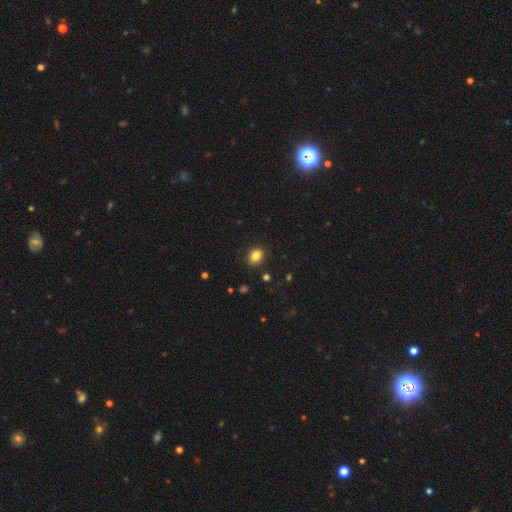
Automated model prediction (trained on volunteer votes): Smooth or featured? Predicted: smooth (p=0.84). How rounded? Predicted: round (p=0.56). Merging? Predicted: none (p=0.89).